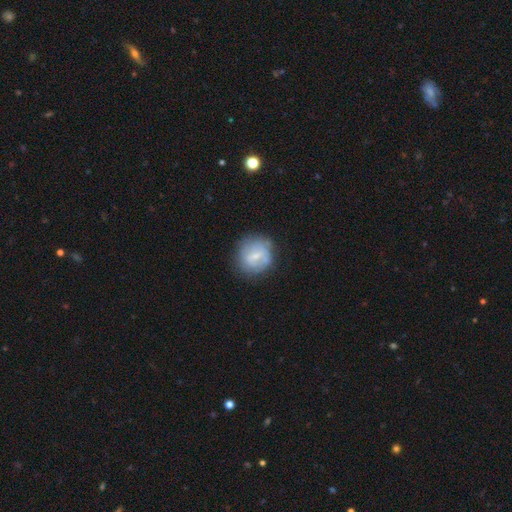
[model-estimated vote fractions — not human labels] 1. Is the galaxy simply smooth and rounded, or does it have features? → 51% smooth, 41% featured or disk, 8% star or artifact.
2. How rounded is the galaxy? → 82% round, 17% in between, 1% cigar-shaped.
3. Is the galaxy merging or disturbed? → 70% none, 20% minor disturbance, 8% major disturbance, 2% merger.